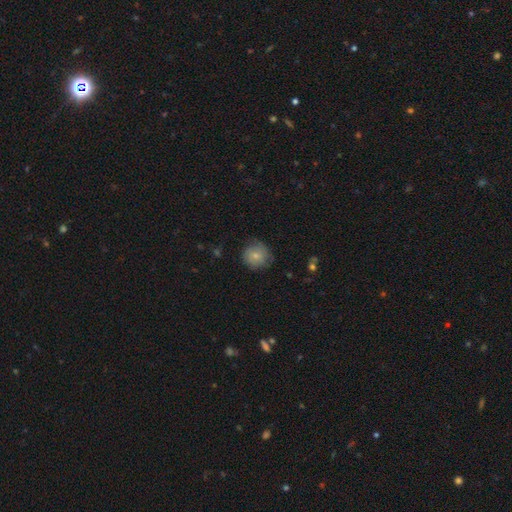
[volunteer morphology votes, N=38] Smooth or featured?
  - smooth: 68% *
  - featured or disk: 24%
  - star or artifact: 8%
How rounded?
  - round: 92% *
  - in between: 8%
  - cigar-shaped: 0%
Merging?
  - none: 80% *
  - minor disturbance: 17%
  - merger: 3%
  - major disturbance: 0%